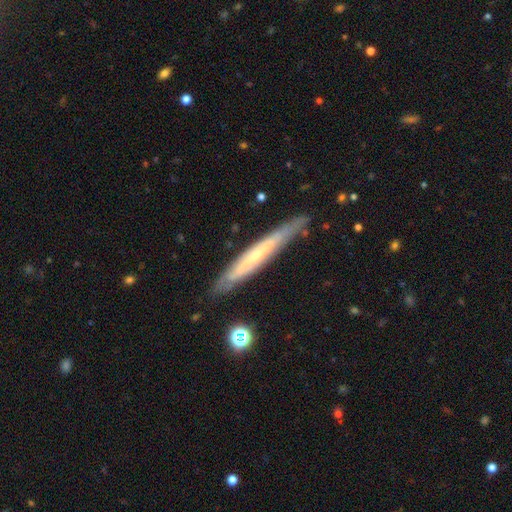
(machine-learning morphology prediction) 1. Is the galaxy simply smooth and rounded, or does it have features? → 62% featured or disk, 31% smooth, 6% star or artifact.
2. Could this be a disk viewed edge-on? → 83% yes, 17% no.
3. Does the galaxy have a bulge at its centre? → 59% none, 36% rounded, 5% boxy.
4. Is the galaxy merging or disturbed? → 82% none, 13% minor disturbance, 3% major disturbance, 2% merger.